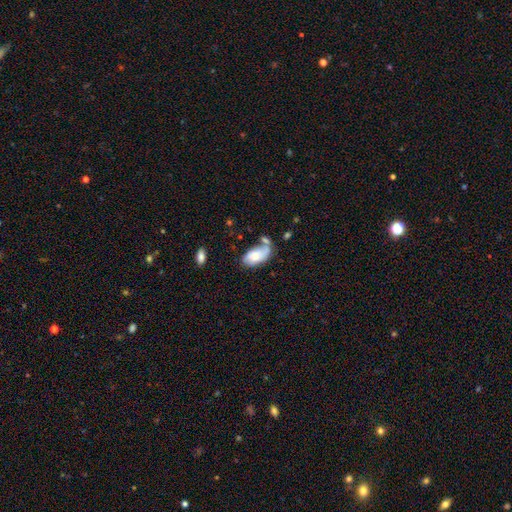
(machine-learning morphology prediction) type=smooth (57%); roundness=in between (93%); merging=none (39%).